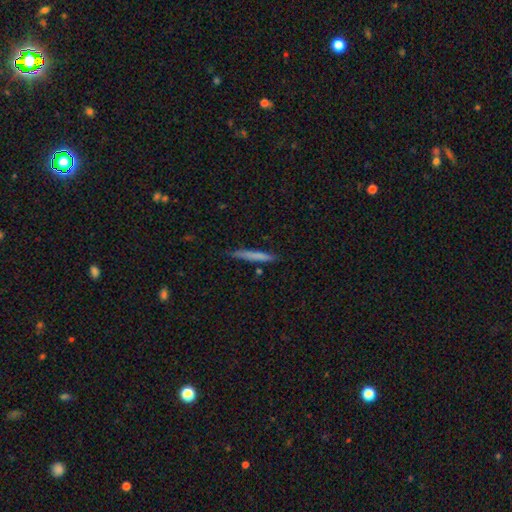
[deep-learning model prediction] smooth-or-featured: smooth: 72% | featured or disk: 22% | star or artifact: 6%
  how-rounded: cigar-shaped: 96% | in between: 3% | round: 1%
  merging: none: 85% | minor disturbance: 11% | merger: 2% | major disturbance: 2%